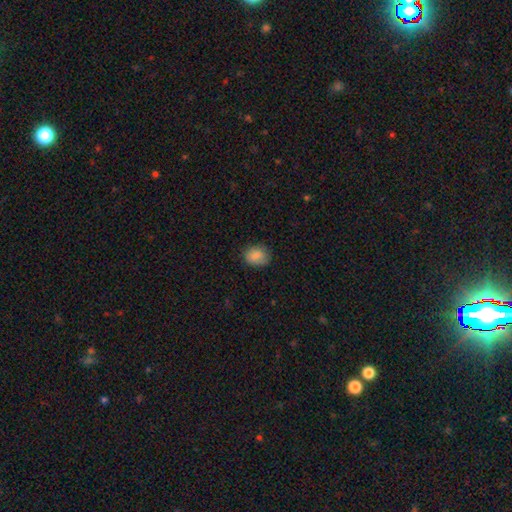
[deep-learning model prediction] A smooth galaxy with no disk features (86%) that is round (53%).

Vote fractions:
- Smooth or featured? smooth: 86% / star or artifact: 8% / featured or disk: 5%
- How rounded? round: 53% / in between: 46% / cigar-shaped: 1%
- Merging? none: 78% / minor disturbance: 17% / major disturbance: 4% / merger: 1%